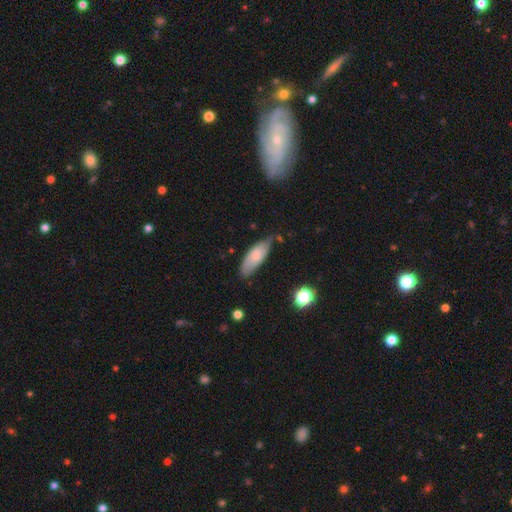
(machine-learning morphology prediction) Q: Smooth or featured?
A: smooth (71%); runner-up: featured or disk (22%)
Q: How rounded?
A: in between (69%); runner-up: cigar-shaped (29%)
Q: Merging?
A: none (65%); runner-up: minor disturbance (28%)